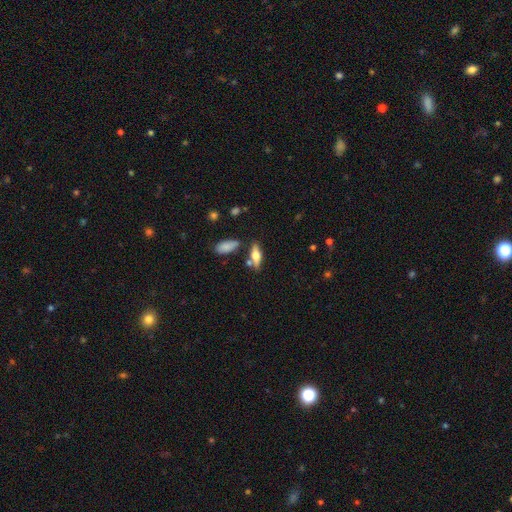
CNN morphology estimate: Smooth or featured: smooth — 54% (featured or disk — 38%)
How rounded: in between — 57% (cigar-shaped — 40%)
Merging: none — 71% (minor disturbance — 14%)